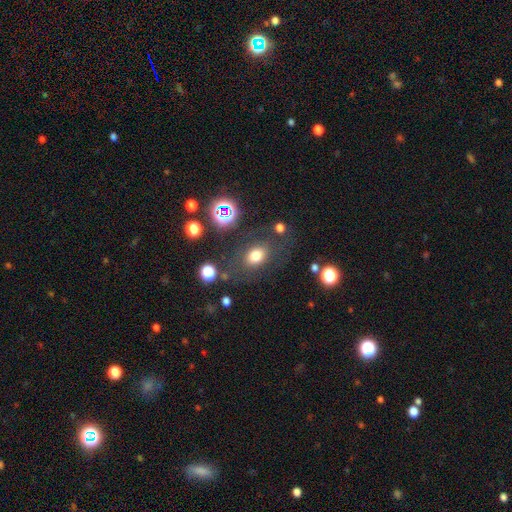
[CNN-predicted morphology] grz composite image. It shows a smooth galaxy with no disk features (71%) that is in between round and cigar-shaped (68%). Merging: none (73%).